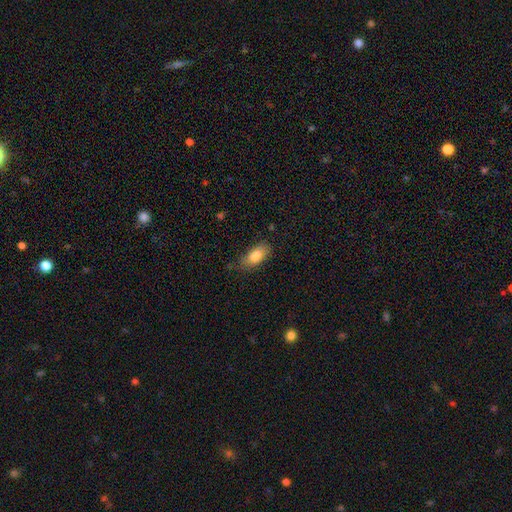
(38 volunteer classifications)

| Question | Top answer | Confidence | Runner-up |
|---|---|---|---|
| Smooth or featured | smooth | 82% | star or artifact (11%) |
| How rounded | in between | 90% | cigar-shaped (6%) |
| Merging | none | 59% | minor disturbance (26%) |